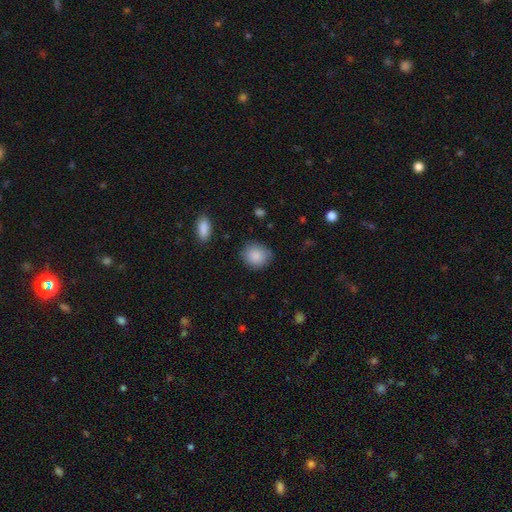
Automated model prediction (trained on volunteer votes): Overall: smooth (88%). How rounded: round (78%). Merging: none (82%).